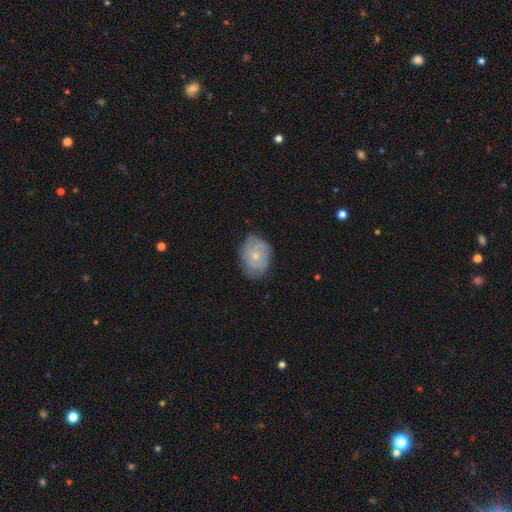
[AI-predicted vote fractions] This is possibly a smooth galaxy (49%). Merging: likely none (65%).